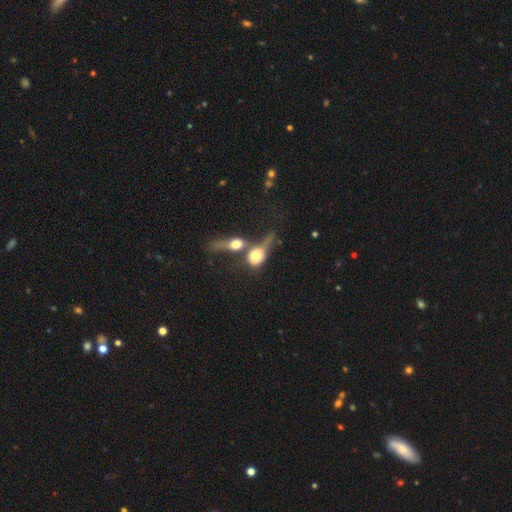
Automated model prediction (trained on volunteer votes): Morphology: type=smooth (63%); roundness=round (48%); merging=merger (65%).